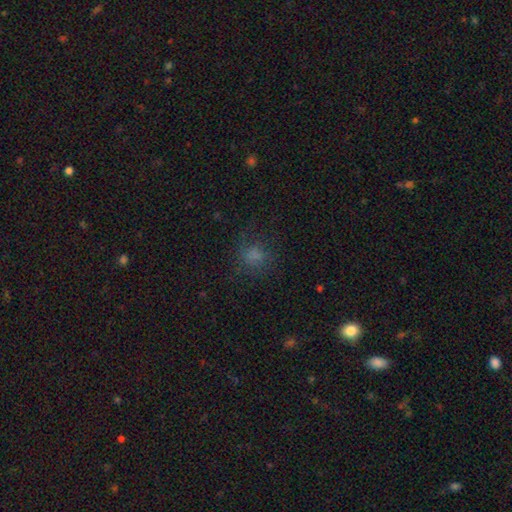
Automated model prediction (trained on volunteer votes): smooth 69%, star or artifact 19%, featured or disk 12%. Down the decision tree: how rounded — round (74%); merging — none (65%).